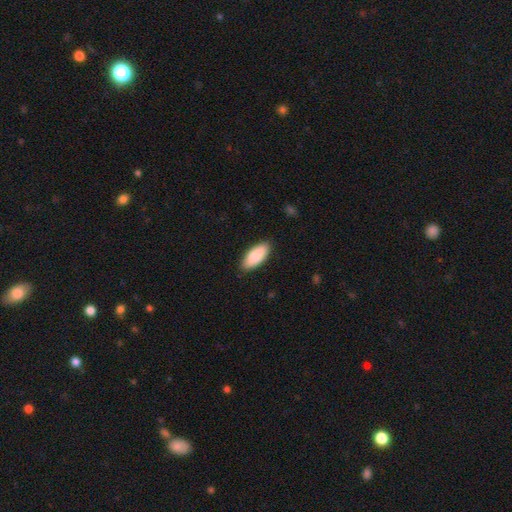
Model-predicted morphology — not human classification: A smooth galaxy with no disk features (89%) that is in between round and cigar-shaped (85%).

Vote fractions:
- Smooth or featured? smooth: 89% / featured or disk: 5% / star or artifact: 5%
- How rounded? in between: 85% / cigar-shaped: 14% / round: 2%
- Merging? none: 88% / minor disturbance: 10% / major disturbance: 2% / merger: 1%